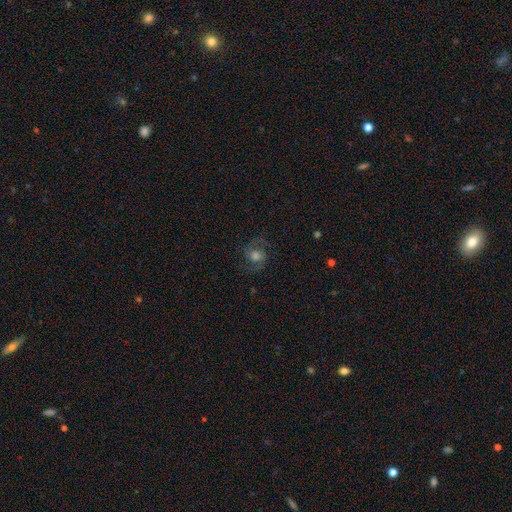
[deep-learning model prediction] Q: Smooth or featured?
A: featured or disk (75%); runner-up: smooth (15%)
Q: Edge-on disk?
A: no (97%); runner-up: yes (3%)
Q: Bar?
A: no (61%); runner-up: weak (32%)
Q: Spiral arms?
A: yes (95%); runner-up: no (5%)
Q: Spiral winding?
A: medium (58%); runner-up: loose (22%)
Q: Spiral arm count?
A: 2 (91%); runner-up: can't tell (3%)
Q: Bulge size?
A: moderate (51%); runner-up: large (28%)
Q: Merging?
A: none (78%); runner-up: minor disturbance (13%)